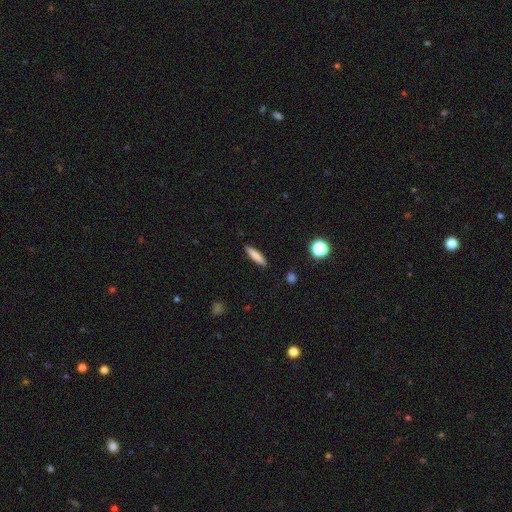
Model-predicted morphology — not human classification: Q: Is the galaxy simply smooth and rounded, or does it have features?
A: smooth — 78%.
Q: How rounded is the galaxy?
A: cigar-shaped — 83%.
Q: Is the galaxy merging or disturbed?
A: none — 90%.